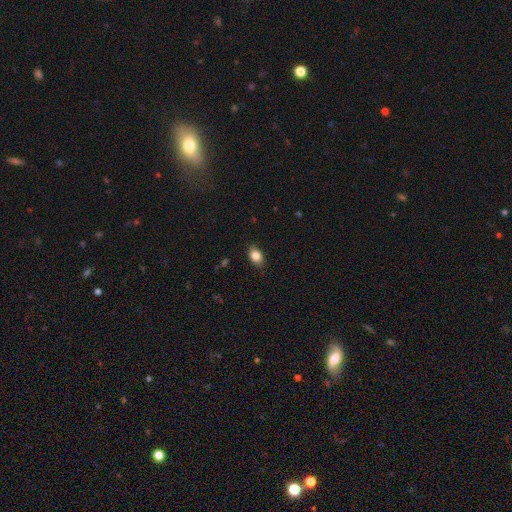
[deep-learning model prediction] Overall: smooth (85%). How rounded: in between (83%). Merging: none (82%).